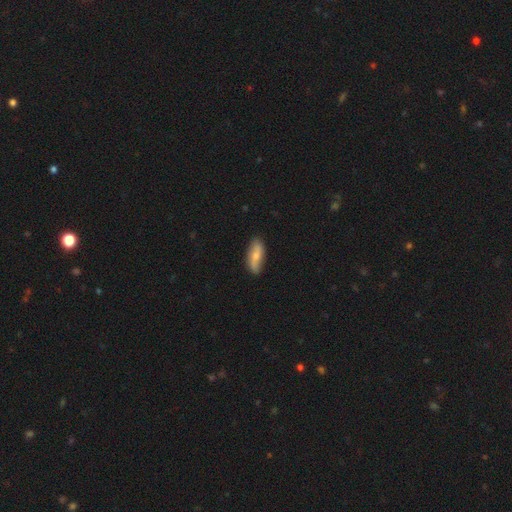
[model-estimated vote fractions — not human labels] Smooth or featured: smooth — 60% (featured or disk — 34%)
How rounded: in between — 70% (cigar-shaped — 27%)
Merging: none — 78% (minor disturbance — 17%)